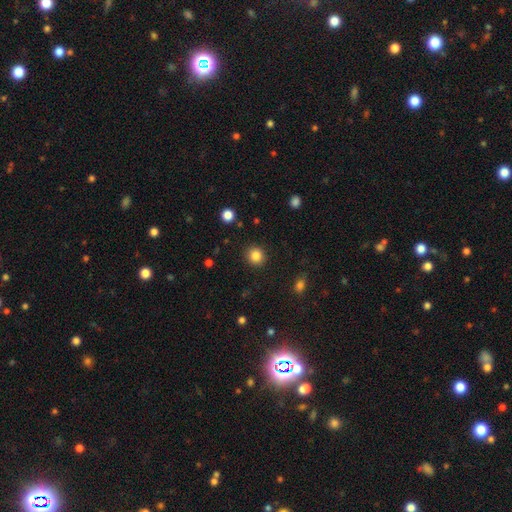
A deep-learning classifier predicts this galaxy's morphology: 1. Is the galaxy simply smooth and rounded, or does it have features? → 85% smooth, 11% star or artifact, 5% featured or disk.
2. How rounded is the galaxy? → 89% round, 10% in between, 1% cigar-shaped.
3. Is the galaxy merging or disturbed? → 91% none, 6% minor disturbance, 2% major disturbance, 1% merger.